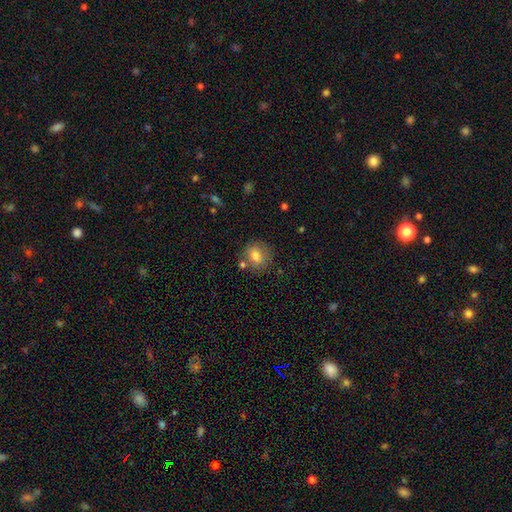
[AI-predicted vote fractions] smooth_or_featured: smooth (p=0.77) [alt: featured or disk p=0.13]
how_rounded: round (p=0.72) [alt: in between p=0.27]
merging: none (p=0.76) [alt: minor disturbance p=0.13]